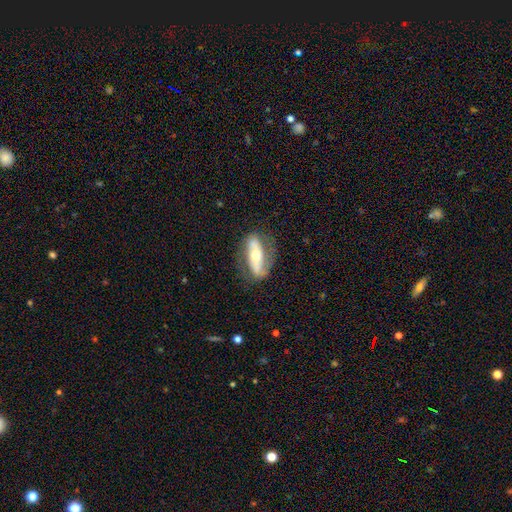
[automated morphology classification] A featured or disk galaxy (62%).

Vote fractions:
- Smooth or featured? featured or disk: 62% / smooth: 33% / star or artifact: 5%
- Edge-on disk? no: 78% / yes: 22%
- Merging? none: 72% / minor disturbance: 18% / major disturbance: 8% / merger: 2%